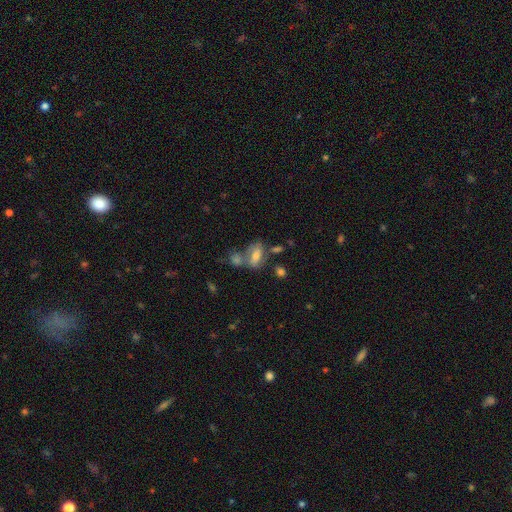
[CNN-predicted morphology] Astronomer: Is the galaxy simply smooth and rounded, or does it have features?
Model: smooth — 64%.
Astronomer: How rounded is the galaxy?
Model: in between — 84%.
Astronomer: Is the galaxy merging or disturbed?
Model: none — 39% (runner-up: merger, 36%).